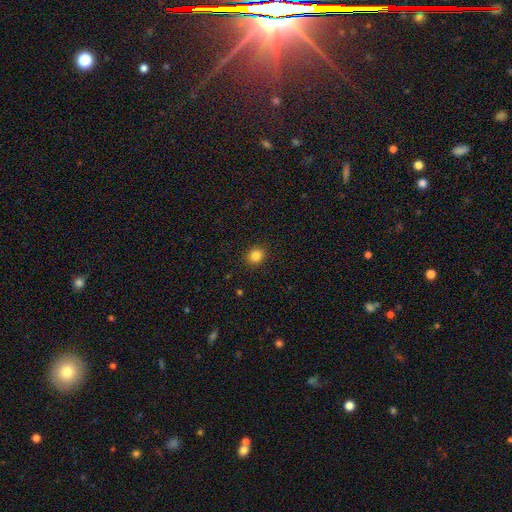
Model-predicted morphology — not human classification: A smooth galaxy with no disk features (84%) that is round (81%).

Vote fractions:
- Smooth or featured? smooth: 84% / star or artifact: 12% / featured or disk: 5%
- How rounded? round: 81% / in between: 18% / cigar-shaped: 1%
- Merging? none: 91% / minor disturbance: 6% / major disturbance: 2% / merger: 1%